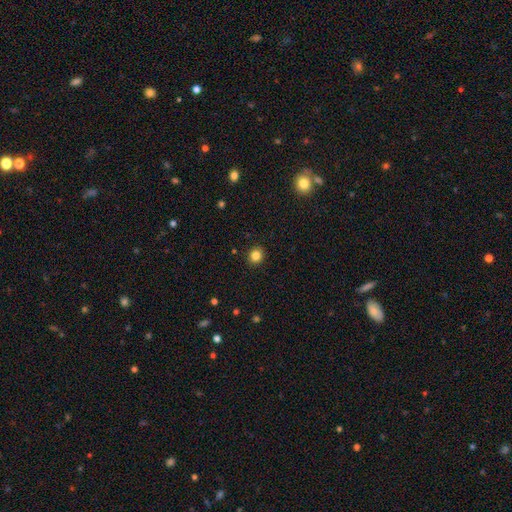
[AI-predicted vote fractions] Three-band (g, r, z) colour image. It shows a smooth galaxy with no disk features (83%) that is round (87%). Merging: none (92%).